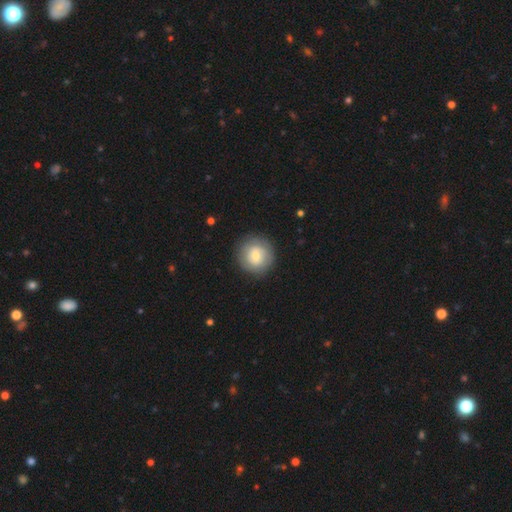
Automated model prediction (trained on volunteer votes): Smooth or featured: smooth — 58% (featured or disk — 35%)
How rounded: round — 92% (in between — 7%)
Merging: none — 86% (minor disturbance — 9%)